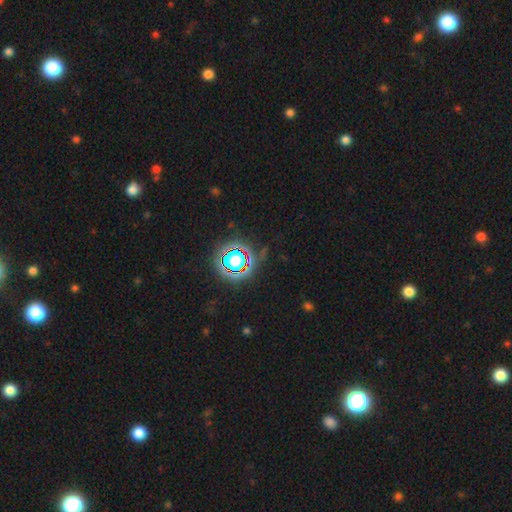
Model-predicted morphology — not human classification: A star or artifact, not a galaxy (80%).